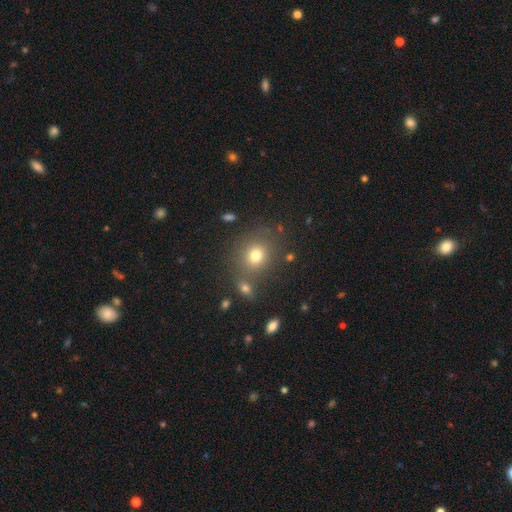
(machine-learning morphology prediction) The model was most divided on "how rounded": round: 72%, in between: 27%, cigar-shaped: 1%. More confident: smooth or featured — smooth (75%); merging — none (72%).